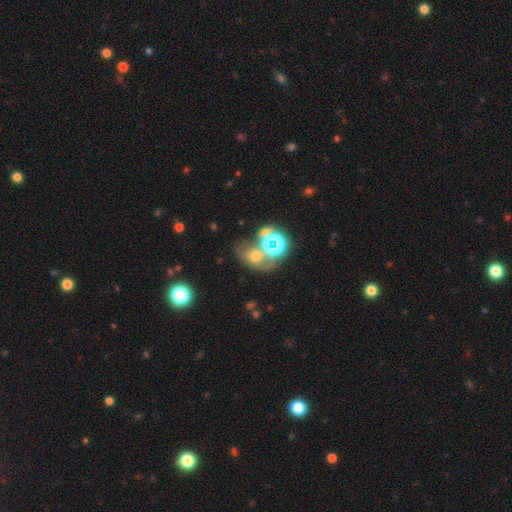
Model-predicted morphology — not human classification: A smooth galaxy with no disk features (50%) that is in between round and cigar-shaped (52%).

Vote fractions:
- Smooth or featured? smooth: 50% / star or artifact: 28% / featured or disk: 22%
- How rounded? in between: 52% / round: 47% / cigar-shaped: 1%
- Merging? none: 40% / merger: 34% / minor disturbance: 14% / major disturbance: 11%